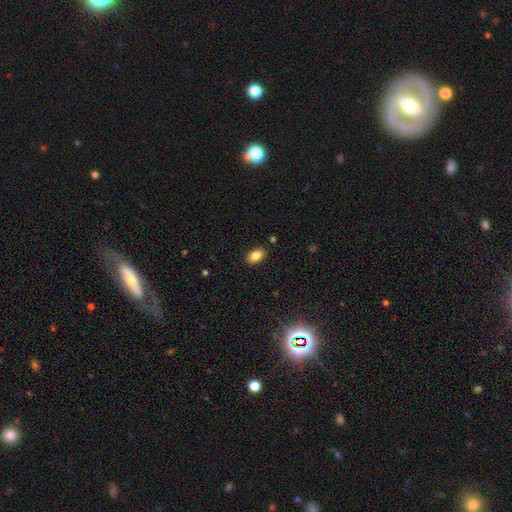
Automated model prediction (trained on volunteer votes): Smooth or featured: smooth — 84% (star or artifact — 9%)
How rounded: in between — 89% (round — 9%)
Merging: none — 86% (minor disturbance — 10%)